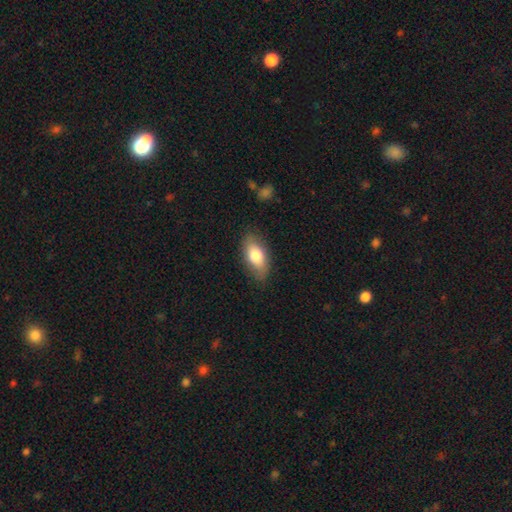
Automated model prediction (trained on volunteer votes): Q: Smooth or featured?
A: smooth (75%); runner-up: featured or disk (19%)
Q: How rounded?
A: in between (88%); runner-up: cigar-shaped (8%)
Q: Merging?
A: none (82%); runner-up: minor disturbance (14%)